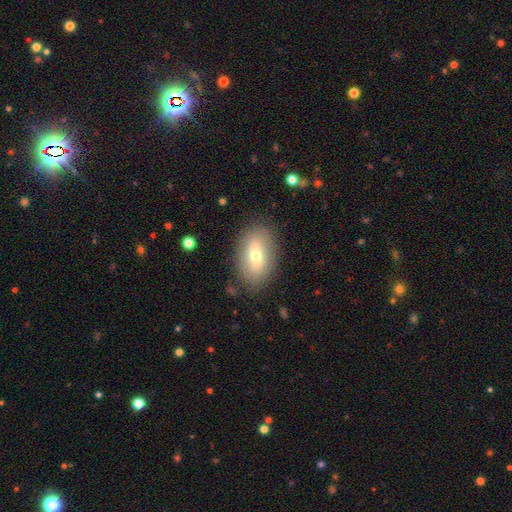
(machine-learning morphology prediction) A smooth galaxy with no disk features (59%) that is in between round and cigar-shaped (89%).

Vote fractions:
- Smooth or featured? smooth: 59% / featured or disk: 32% / star or artifact: 8%
- How rounded? in between: 89% / round: 9% / cigar-shaped: 2%
- Merging? none: 83% / minor disturbance: 12% / major disturbance: 4% / merger: 1%